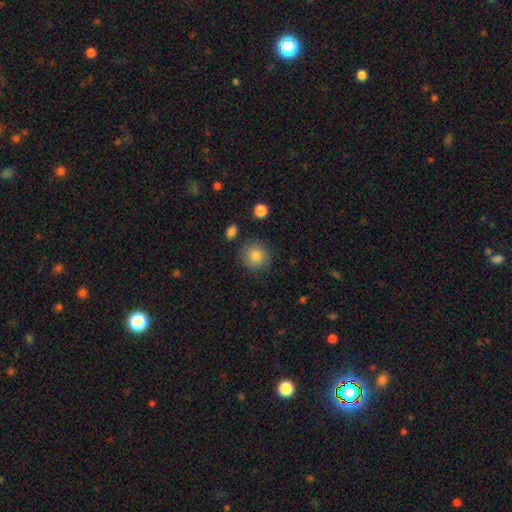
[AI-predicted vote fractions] smooth_or_featured: smooth (p=0.82) [alt: star or artifact p=0.09]
how_rounded: round (p=0.92) [alt: in between p=0.07]
merging: none (p=0.85) [alt: minor disturbance p=0.10]